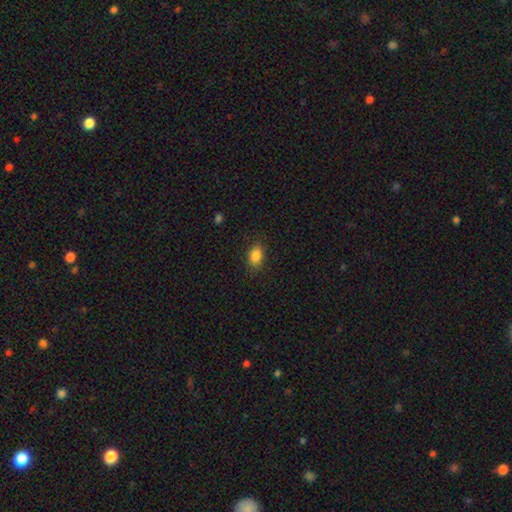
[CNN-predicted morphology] Overall: smooth (86%). How rounded: in between (84%). Merging: none (85%).